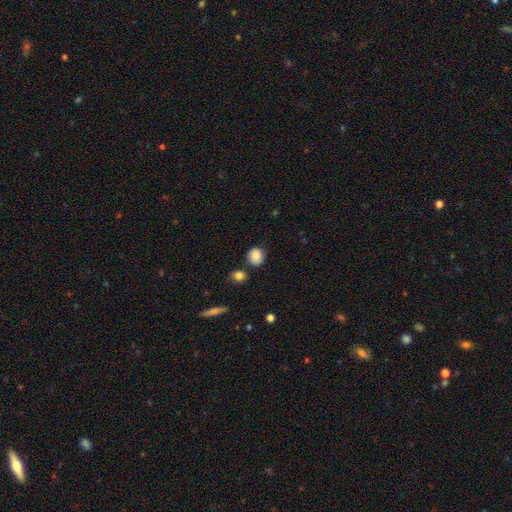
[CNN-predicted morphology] A smooth galaxy with no disk features (86%) that is round (74%).

Vote fractions:
- Smooth or featured? smooth: 86% / star or artifact: 9% / featured or disk: 6%
- How rounded? round: 74% / in between: 25% / cigar-shaped: 1%
- Merging? none: 73% / minor disturbance: 17% / merger: 7% / major disturbance: 4%